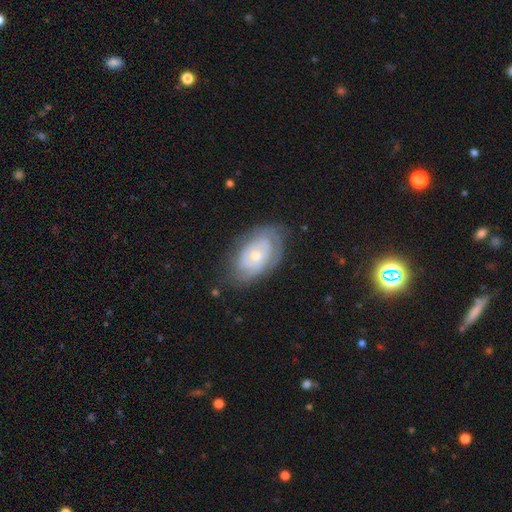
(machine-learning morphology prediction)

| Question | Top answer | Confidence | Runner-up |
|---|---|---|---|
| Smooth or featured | featured or disk | 65% | smooth (28%) |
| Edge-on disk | no | 94% | yes (6%) |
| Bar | no | 83% | weak (14%) |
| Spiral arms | yes | 68% | no (32%) |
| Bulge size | small | 53% | moderate (42%) |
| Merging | none | 69% | minor disturbance (21%) |